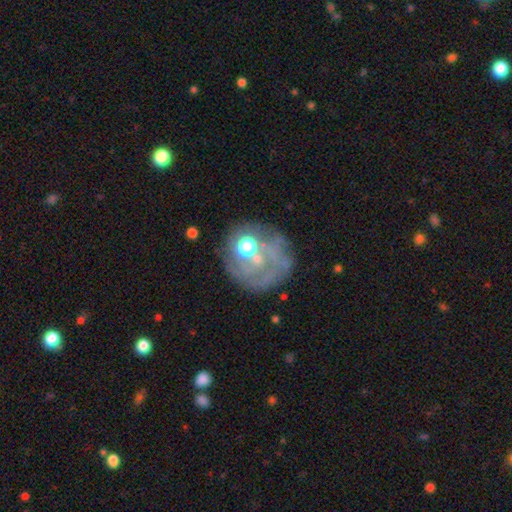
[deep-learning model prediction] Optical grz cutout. It shows a featured or disk galaxy (56%) with no bar (84%), no spiral arms (59%) and a moderate central bulge (59%). Merging: none (57%).